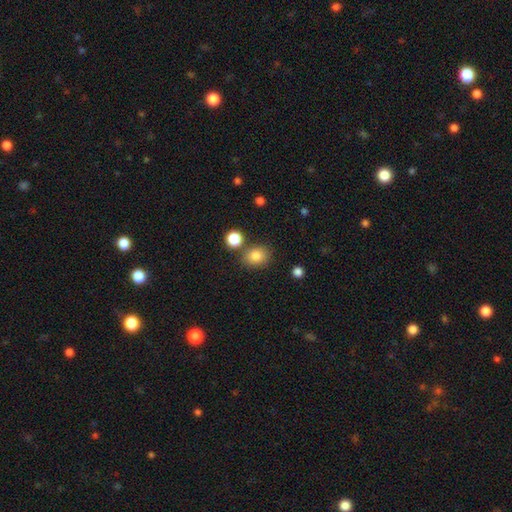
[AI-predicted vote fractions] Smooth or featured? smooth (84%)
How rounded? round (58%)
Merging? none (75%)